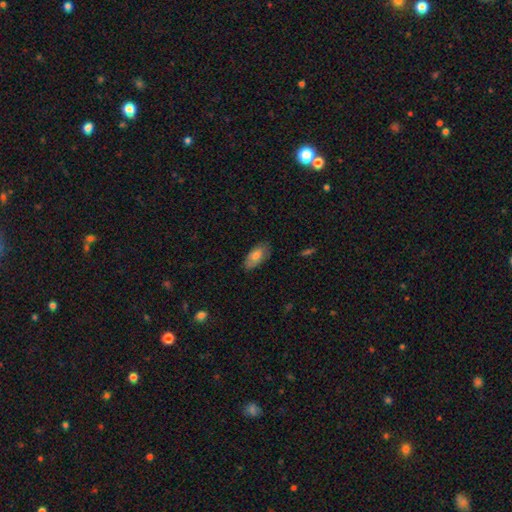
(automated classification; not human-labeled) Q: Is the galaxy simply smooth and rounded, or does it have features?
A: smooth — 76%.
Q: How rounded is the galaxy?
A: in between — 91%.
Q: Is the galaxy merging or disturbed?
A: none — 78%.